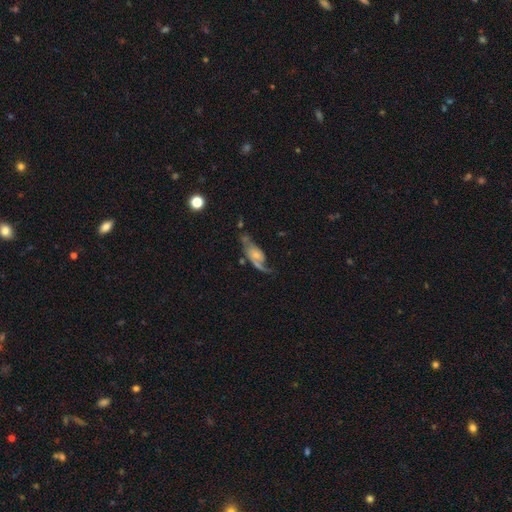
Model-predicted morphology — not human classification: A featured or disk galaxy (70%) with no bar (70%), 2 (62%) loose (50%) spiral arms (85%) and a small central bulge (48%). Merging: none (42%).